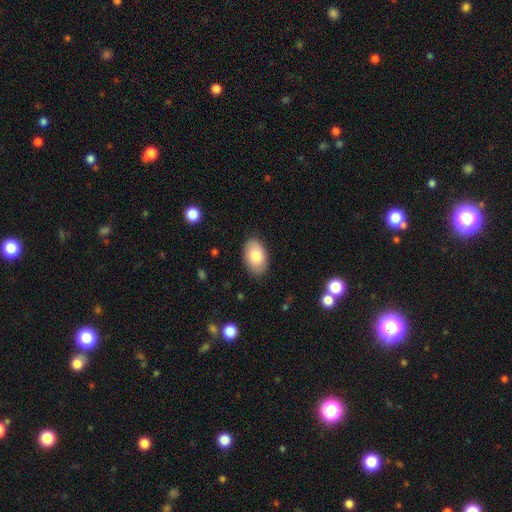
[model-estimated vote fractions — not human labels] Smooth or featured?
  - smooth: 81% *
  - featured or disk: 13%
  - star or artifact: 6%
How rounded?
  - in between: 92% *
  - round: 7%
  - cigar-shaped: 1%
Merging?
  - none: 86% *
  - minor disturbance: 11%
  - major disturbance: 2%
  - merger: 1%